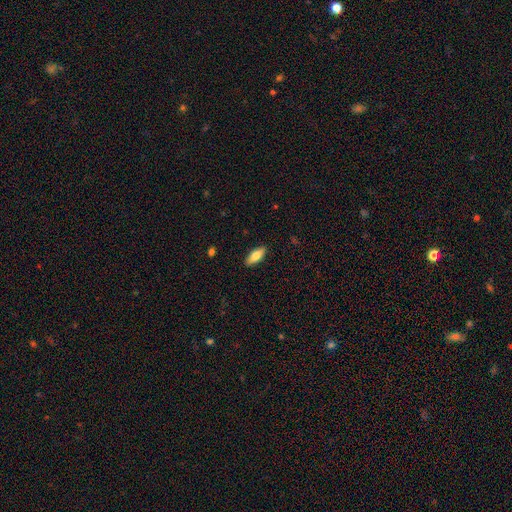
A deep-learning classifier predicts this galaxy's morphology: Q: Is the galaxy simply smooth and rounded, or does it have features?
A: smooth — 74%.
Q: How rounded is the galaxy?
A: in between — 72%.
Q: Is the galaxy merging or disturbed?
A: none — 89%.